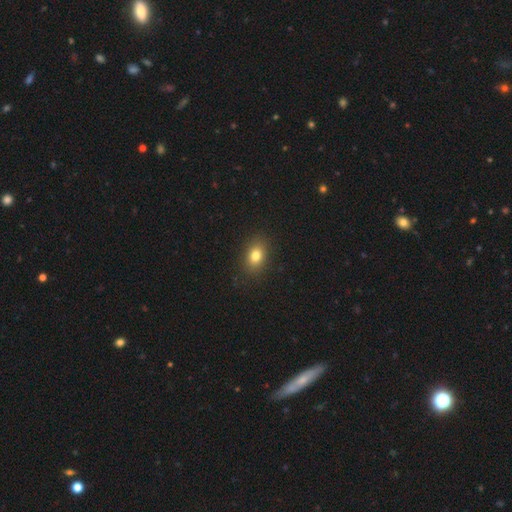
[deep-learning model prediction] Smooth or featured? Predicted: smooth (p=0.80). How rounded? Predicted: in between (p=0.71). Merging? Predicted: none (p=0.87).